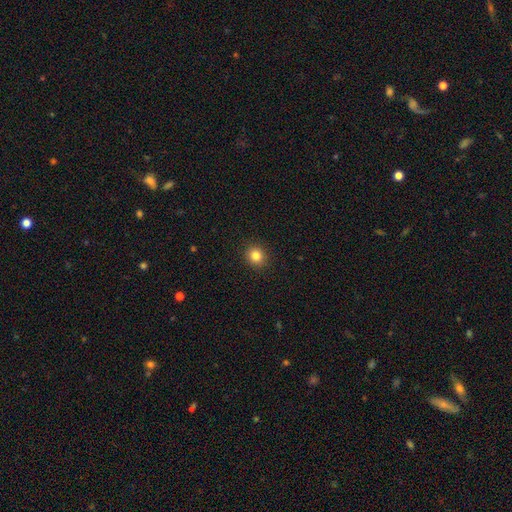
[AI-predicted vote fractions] smooth-or-featured: smooth: 83% | star or artifact: 11% | featured or disk: 5%
  how-rounded: round: 86% | in between: 13% | cigar-shaped: 1%
  merging: none: 92% | minor disturbance: 5% | major disturbance: 2% | merger: 1%